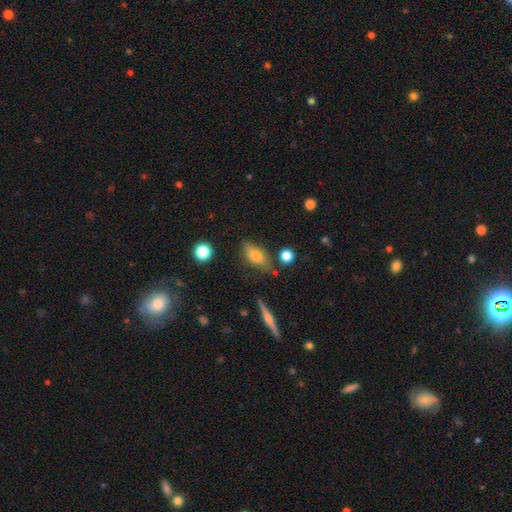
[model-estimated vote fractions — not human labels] A smooth galaxy with no disk features (72%) that is in between round and cigar-shaped (80%).

Vote fractions:
- Smooth or featured? smooth: 72% / featured or disk: 18% / star or artifact: 9%
- How rounded? in between: 80% / cigar-shaped: 13% / round: 7%
- Merging? none: 70% / minor disturbance: 20% / major disturbance: 5% / merger: 5%